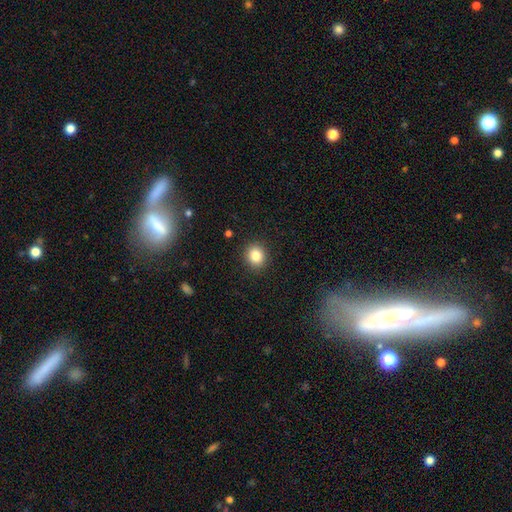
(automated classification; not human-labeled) Smooth or featured?
  - smooth: 84% *
  - star or artifact: 10%
  - featured or disk: 6%
How rounded?
  - round: 78% *
  - in between: 21%
  - cigar-shaped: 1%
Merging?
  - none: 91% *
  - minor disturbance: 6%
  - major disturbance: 2%
  - merger: 1%